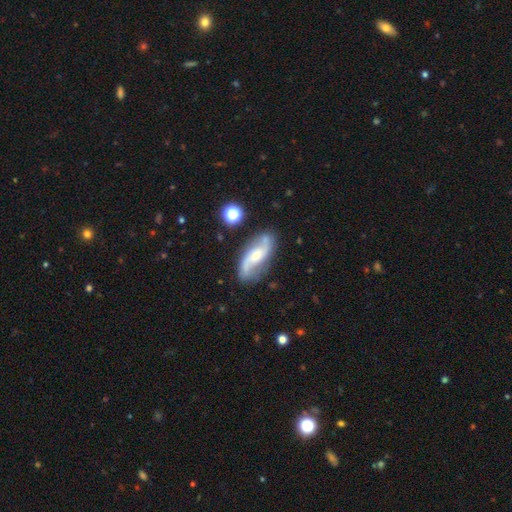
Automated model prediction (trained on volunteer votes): Q: Smooth or featured?
A: featured or disk (80%); runner-up: smooth (13%)
Q: Edge-on disk?
A: no (93%); runner-up: yes (7%)
Q: Bar?
A: no (48%); runner-up: weak (38%)
Q: Spiral arms?
A: yes (95%); runner-up: no (5%)
Q: Spiral winding?
A: loose (59%); runner-up: medium (31%)
Q: Spiral arm count?
A: 2 (90%); runner-up: can't tell (4%)
Q: Bulge size?
A: small (48%); runner-up: moderate (43%)
Q: Merging?
A: none (77%); runner-up: minor disturbance (15%)